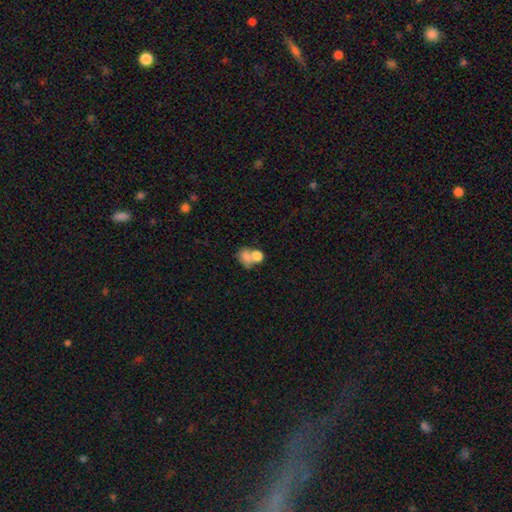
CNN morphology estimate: Q: Smooth or featured?
A: smooth (72%); runner-up: featured or disk (16%)
Q: How rounded?
A: in between (52%); runner-up: round (47%)
Q: Merging?
A: merger (53%); runner-up: none (25%)